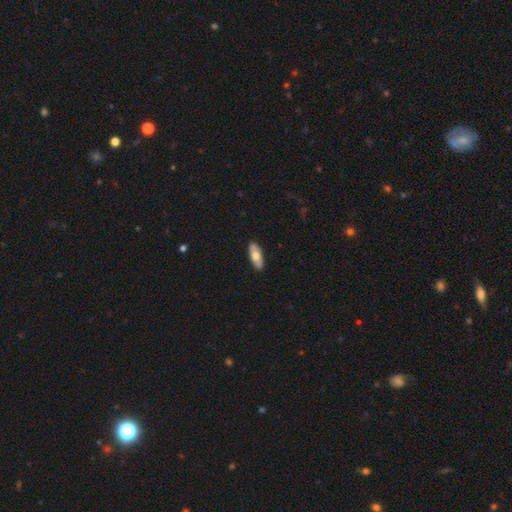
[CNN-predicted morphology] This appears to be a smooth galaxy with no disk features (63%) that is in between round and cigar-shaped (71%). Merging: none (90%).